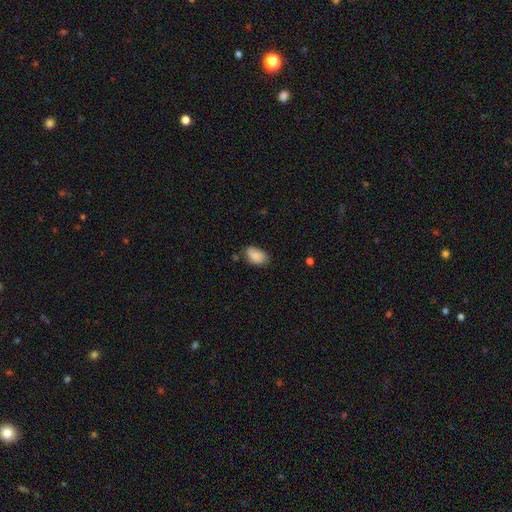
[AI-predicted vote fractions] The model was most divided on "merging": none: 71%, minor disturbance: 23%, major disturbance: 4%, merger: 2%. More confident: how rounded — in between (90%); smooth or featured — smooth (88%).